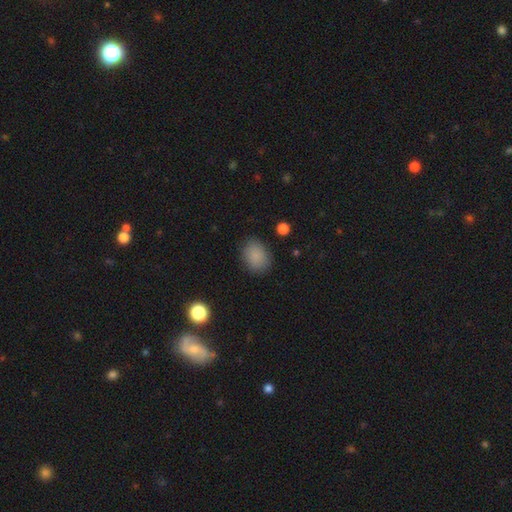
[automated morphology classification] A smooth galaxy with no disk features (86%) that is in between round and cigar-shaped (58%). Merging: none (84%).